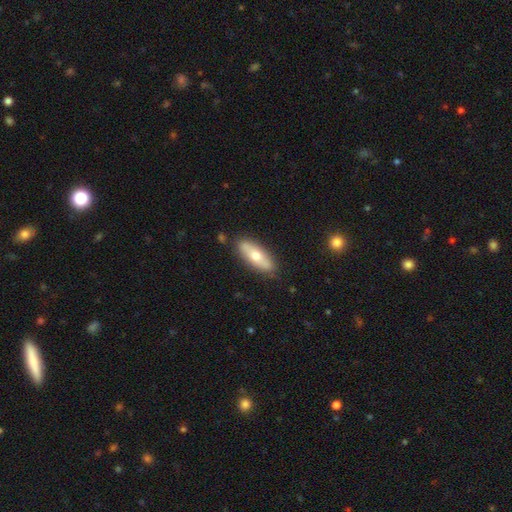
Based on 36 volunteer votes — Smooth or featured: smooth — 64% (featured or disk — 36%)
How rounded: in between — 74% (cigar-shaped — 17%)
Merging: none — 83% (minor disturbance — 14%)